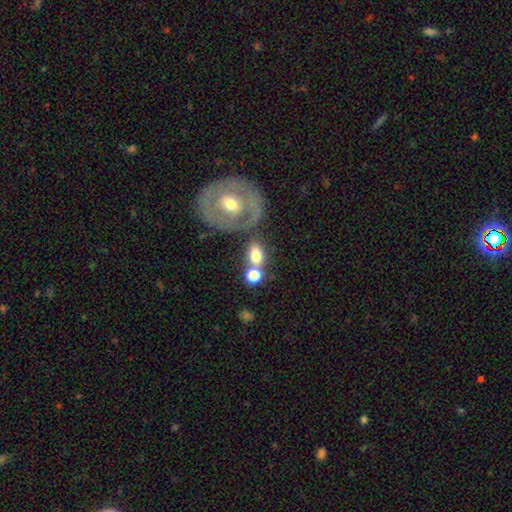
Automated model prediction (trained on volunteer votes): Q: Smooth or featured?
A: smooth (65%); runner-up: featured or disk (25%)
Q: How rounded?
A: in between (72%); runner-up: round (25%)
Q: Merging?
A: none (49%); runner-up: merger (30%)